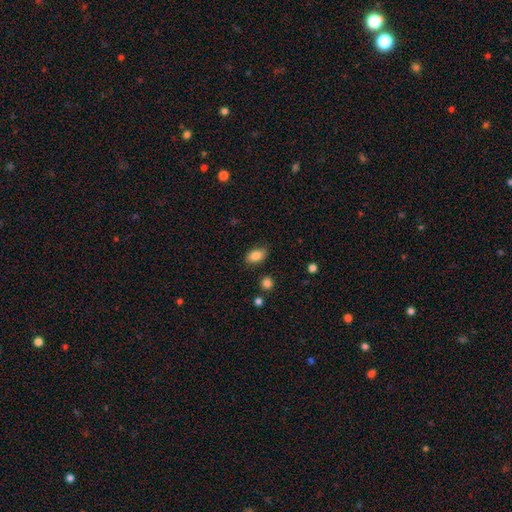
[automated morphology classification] smooth_or_featured: smooth (p=0.85) [alt: star or artifact p=0.08]
how_rounded: in between (p=0.87) [alt: round p=0.11]
merging: none (p=0.80) [alt: minor disturbance p=0.14]